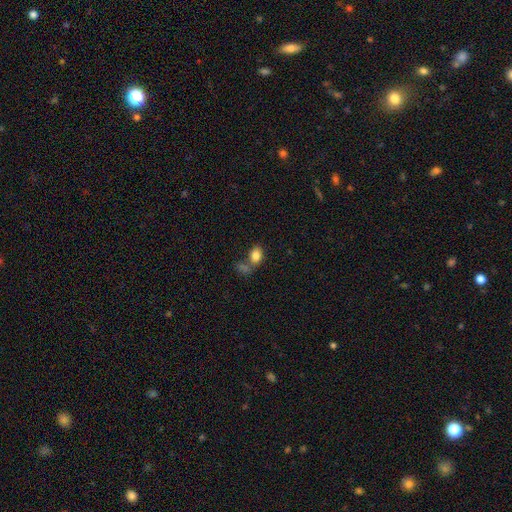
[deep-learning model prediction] This appears to be a smooth galaxy with no disk features (83%) that is in between round and cigar-shaped (76%). Merging: none (46%).